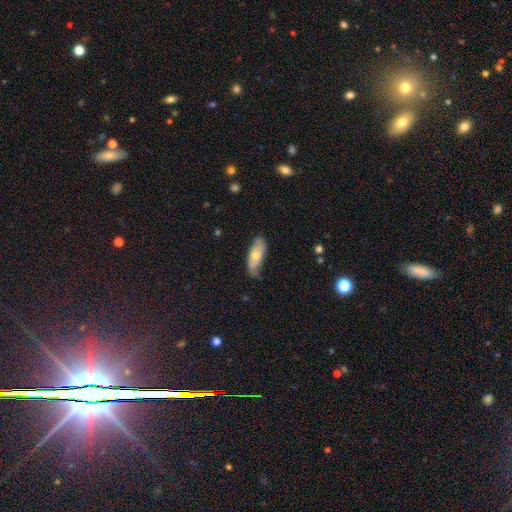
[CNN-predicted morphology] smooth-or-featured: smooth: 62% | featured or disk: 32% | star or artifact: 6%
  how-rounded: in between: 75% | cigar-shaped: 23% | round: 2%
  merging: none: 65% | minor disturbance: 29% | major disturbance: 5% | merger: 2%